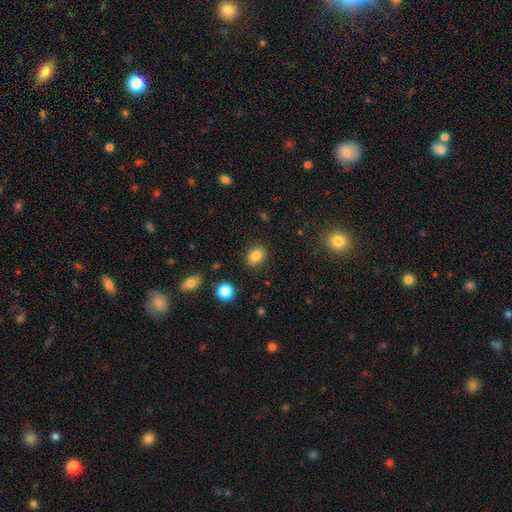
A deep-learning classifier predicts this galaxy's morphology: Overall: smooth (83%). How rounded: in between (60%; round 39%). Merging: none (88%).